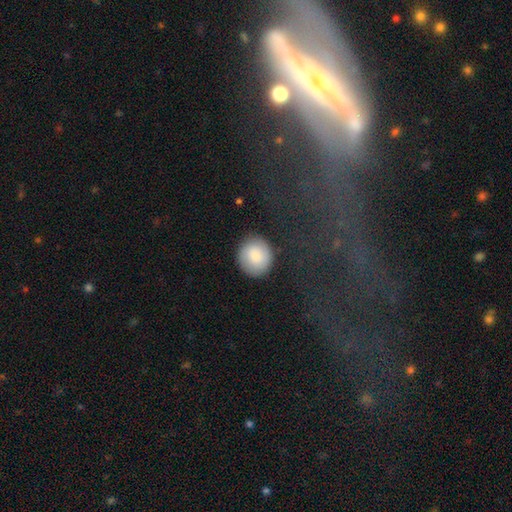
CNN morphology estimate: Smooth or featured? smooth (84%)
How rounded? round (81%)
Merging? none (85%)